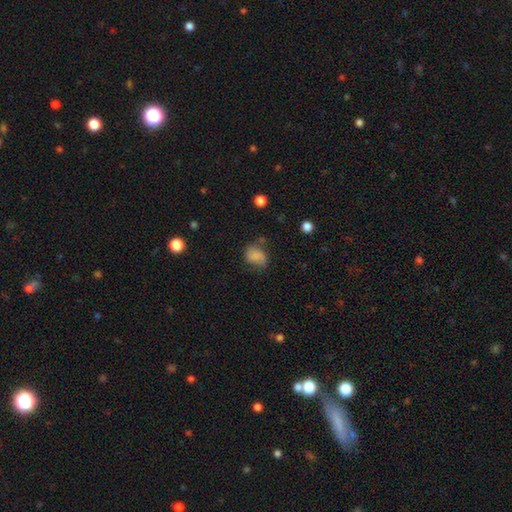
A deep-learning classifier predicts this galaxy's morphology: Overall: smooth (72%). How rounded: in between (60%; round 38%). Merging: none (47%; minor disturbance 32%).